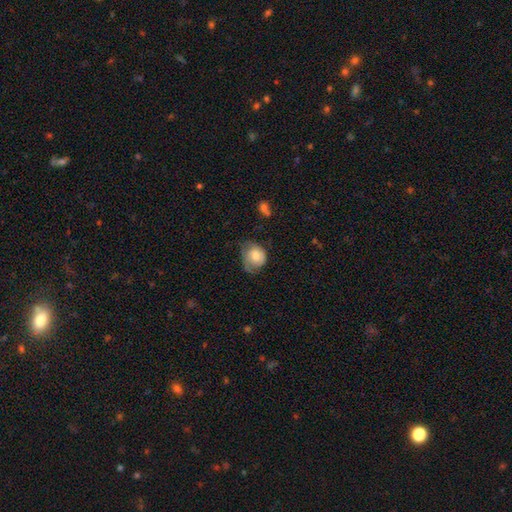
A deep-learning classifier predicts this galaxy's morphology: smooth-or-featured: smooth: 61% | featured or disk: 31% | star or artifact: 7%
  how-rounded: round: 62% | in between: 37% | cigar-shaped: 1%
  merging: none: 40% | minor disturbance: 36% | major disturbance: 22% | merger: 2%